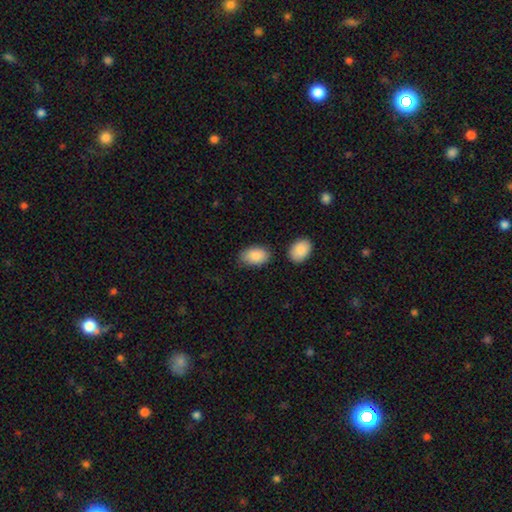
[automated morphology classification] This appears to be a smooth galaxy with no disk features (88%) that is in between round and cigar-shaped (92%). Merging: none (74%).